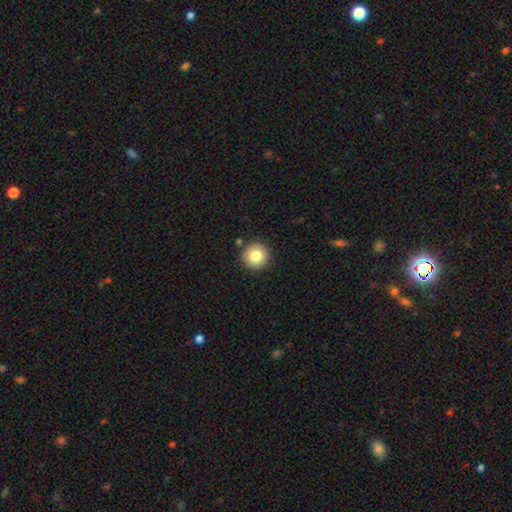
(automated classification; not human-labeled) Overall: smooth (81%). How rounded: round (95%). Merging: none (89%).